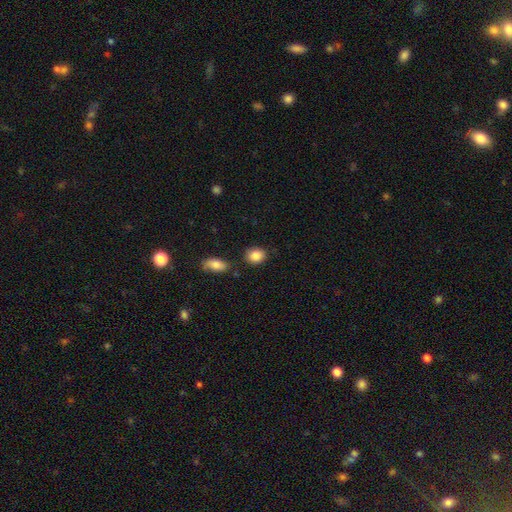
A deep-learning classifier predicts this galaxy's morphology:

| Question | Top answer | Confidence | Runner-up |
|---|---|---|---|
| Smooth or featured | smooth | 86% | star or artifact (8%) |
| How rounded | in between | 50% | round (49%) |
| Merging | none | 79% | minor disturbance (11%) |